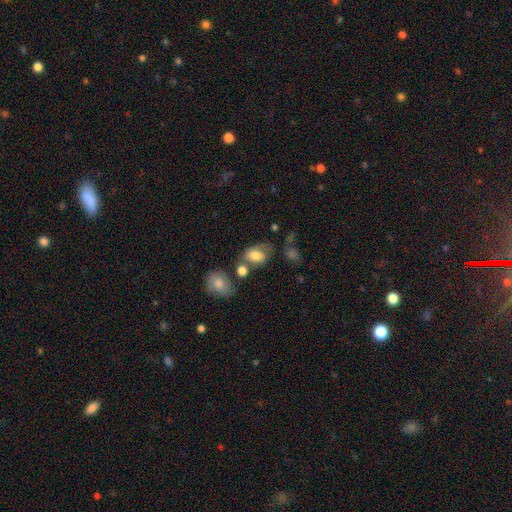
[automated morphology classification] Smooth or featured: smooth — 74% (featured or disk — 17%)
How rounded: in between — 80% (round — 19%)
Merging: none — 46% (minor disturbance — 24%)